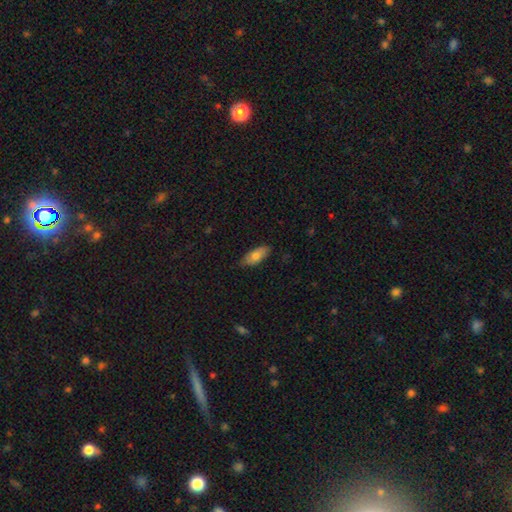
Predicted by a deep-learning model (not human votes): This appears to be a smooth galaxy with no disk features (75%) that is in between round and cigar-shaped (85%). Merging: none (79%).